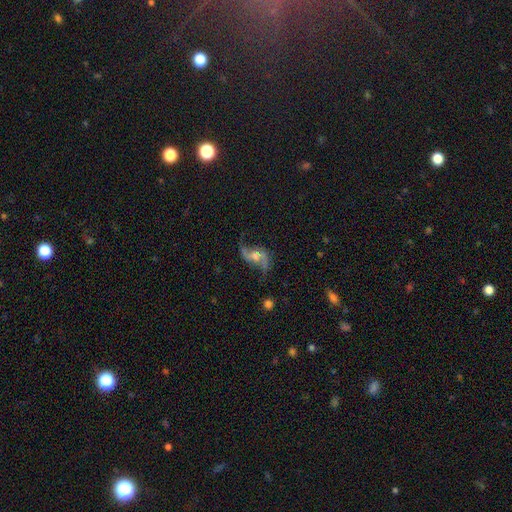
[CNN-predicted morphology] A featured or disk galaxy (83%) with no bar (48%), 2 (92%) loose (79%) spiral arms (94%) and a moderate central bulge (51%). Merging: none (67%).